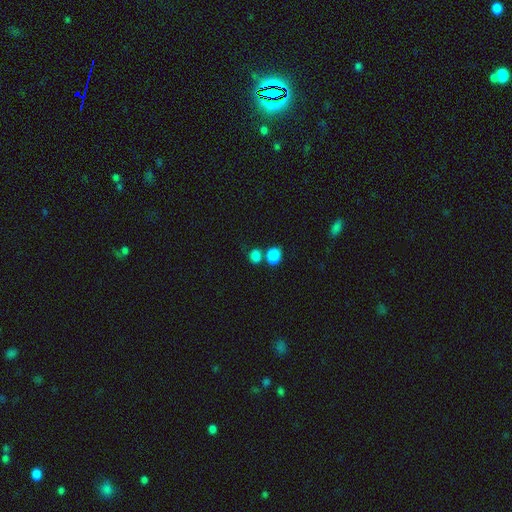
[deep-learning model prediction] Smooth or featured? Predicted: smooth (p=0.85). How rounded? Predicted: round (p=0.51). Merging? Predicted: none (p=0.52).